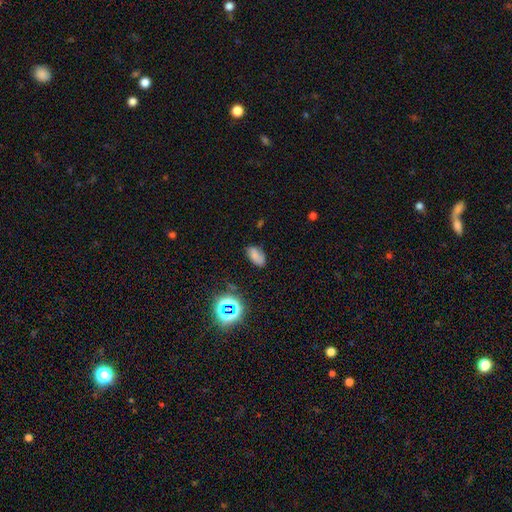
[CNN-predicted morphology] Overall: smooth (63%). How rounded: in between (91%). Merging: none (68%).